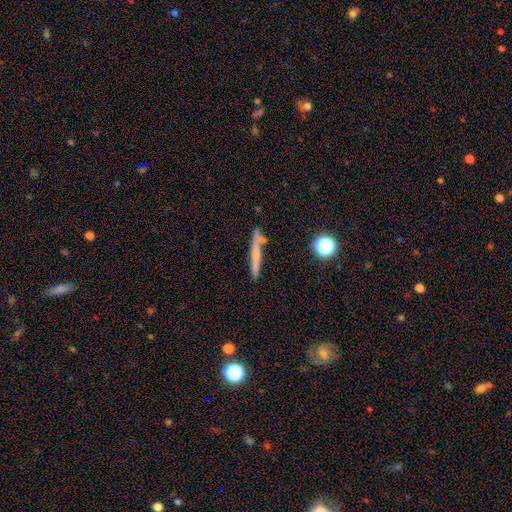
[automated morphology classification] type=smooth (57%); roundness=cigar-shaped (92%); merging=none (73%).